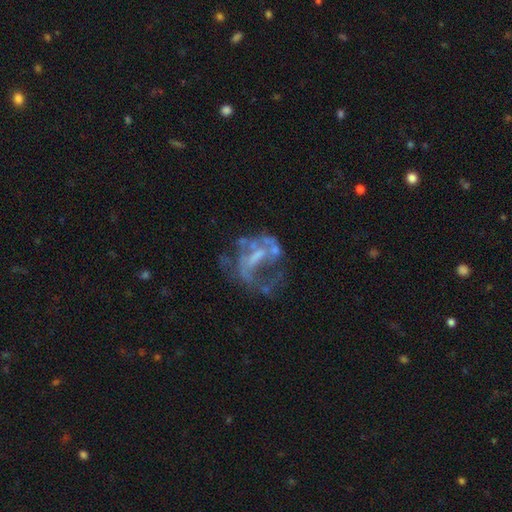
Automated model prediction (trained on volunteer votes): A featured or disk galaxy (72%) with no bar (53%), no spiral arms (65%) and no central bulge (50%).

Vote fractions:
- Smooth or featured? featured or disk: 72% / smooth: 14% / star or artifact: 14%
- Edge-on disk? no: 97% / yes: 3%
- Bar? no: 53% / weak: 32% / strong: 15%
- Spiral arms? no: 65% / yes: 35%
- Bulge size? none: 50% / small: 24% / moderate: 22% / large: 4% / dominant: 1%
- Merging? major disturbance: 39% / none: 35% / minor disturbance: 15% / merger: 11%